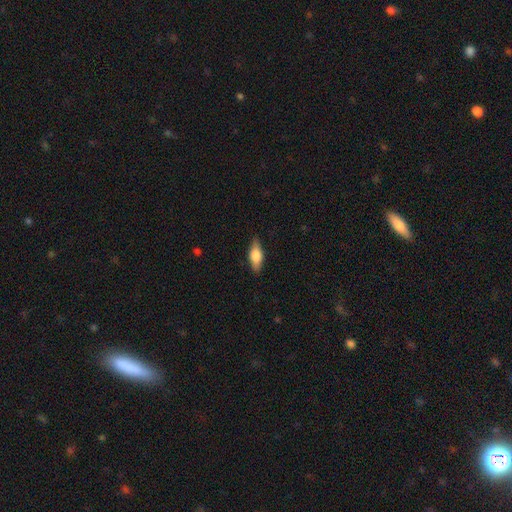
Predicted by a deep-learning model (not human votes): smooth 64%, featured or disk 30%, star or artifact 6%. Down the decision tree: how rounded — in between (70%); merging — none (87%).